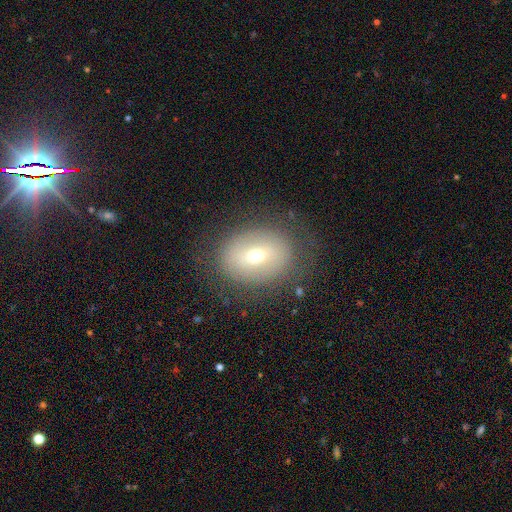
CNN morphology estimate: smooth_or_featured: smooth (p=0.51) [alt: featured or disk p=0.37]
how_rounded: in between (p=0.57) [alt: round p=0.42]
merging: none (p=0.79) [alt: minor disturbance p=0.13]